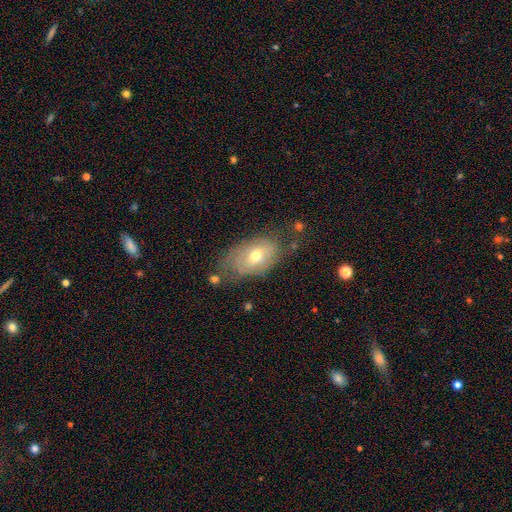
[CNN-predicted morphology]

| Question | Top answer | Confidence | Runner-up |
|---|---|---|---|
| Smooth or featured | featured or disk | 53% | smooth (37%) |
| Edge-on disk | no | 89% | yes (11%) |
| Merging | none | 57% | minor disturbance (28%) |